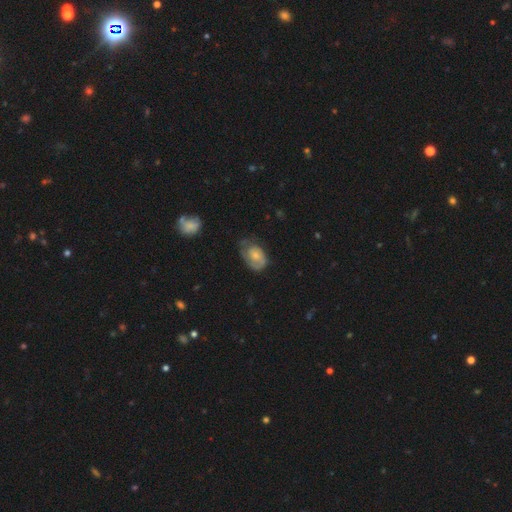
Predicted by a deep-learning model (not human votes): Morphology: type=featured or disk (47%); merging=none (43%).